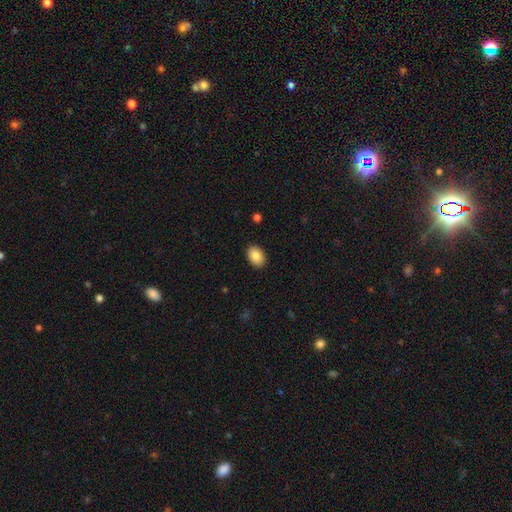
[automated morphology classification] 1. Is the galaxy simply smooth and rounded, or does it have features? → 87% smooth, 7% star or artifact, 6% featured or disk.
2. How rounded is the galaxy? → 85% in between, 14% round, 1% cigar-shaped.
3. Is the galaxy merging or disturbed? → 90% none, 7% minor disturbance, 2% major disturbance, 1% merger.